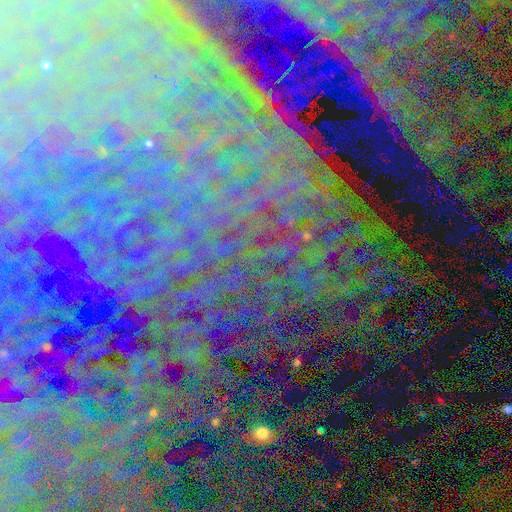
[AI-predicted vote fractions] Smooth or featured?
  - star or artifact: 80% *
  - featured or disk: 11%
  - smooth: 8%